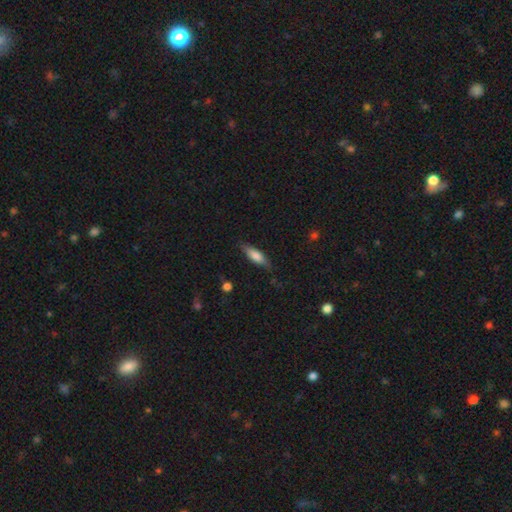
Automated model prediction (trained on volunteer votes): smooth-or-featured: smooth: 68% | featured or disk: 25% | star or artifact: 7%
  how-rounded: cigar-shaped: 49% (tied) | in between: 49% (tied) | round: 2%
  merging: none: 76% | minor disturbance: 18% | major disturbance: 4% | merger: 2%